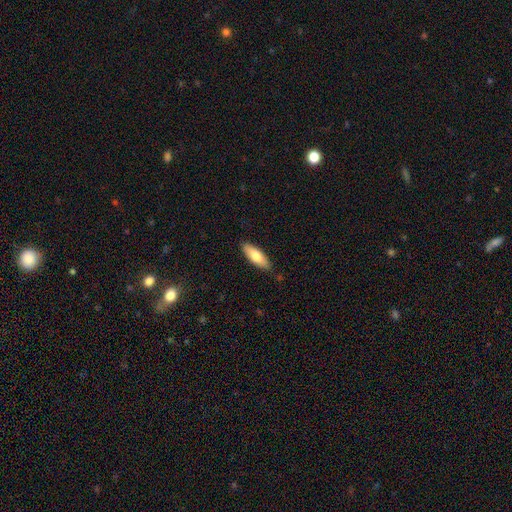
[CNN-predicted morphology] Overall: smooth (76%). How rounded: in between (63%; cigar-shaped 35%). Merging: none (86%).